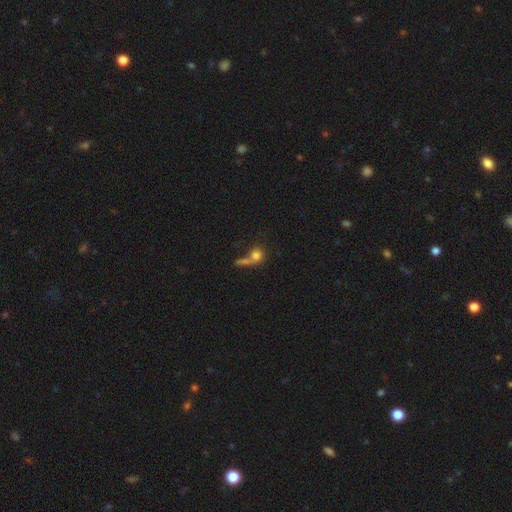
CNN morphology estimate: The model was most divided on "merging": none: 36%, merger: 33%, major disturbance: 19%, minor disturbance: 12%. More confident: how rounded — round (72%); smooth or featured — smooth (62%).